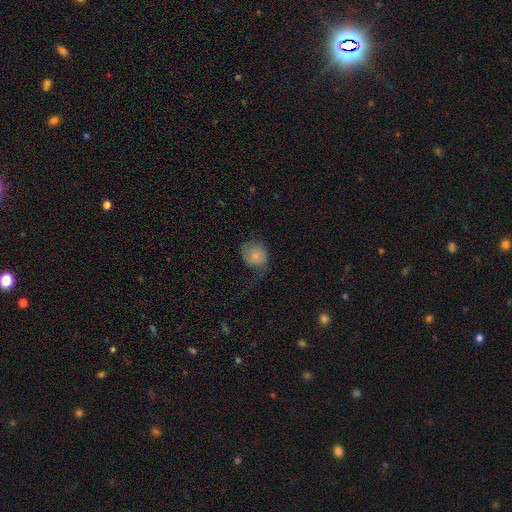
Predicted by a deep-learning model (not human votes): Q: Smooth or featured?
A: smooth (70%); runner-up: featured or disk (22%)
Q: How rounded?
A: round (72%); runner-up: in between (27%)
Q: Merging?
A: none (39%); runner-up: major disturbance (31%)